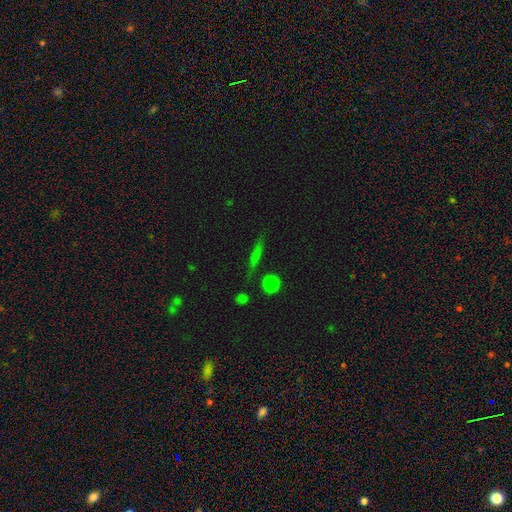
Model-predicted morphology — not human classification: This is possibly a smooth galaxy (58%). How rounded: likely cigar-shaped (77%). Merging: clearly none (82%).